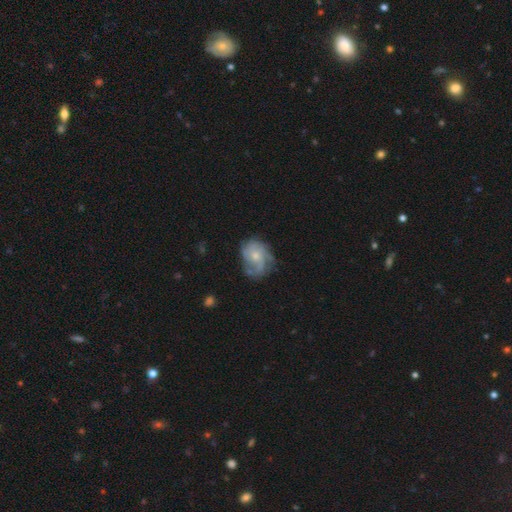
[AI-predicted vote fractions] Smooth or featured? featured or disk (71%)
Edge-on disk? no (98%)
Bar? no (75%)
Spiral arms? yes (87%)
Spiral winding? medium (43%)
Spiral arm count? can't tell (30%, tied with 3)
Bulge size? moderate (47%)
Merging? none (60%)